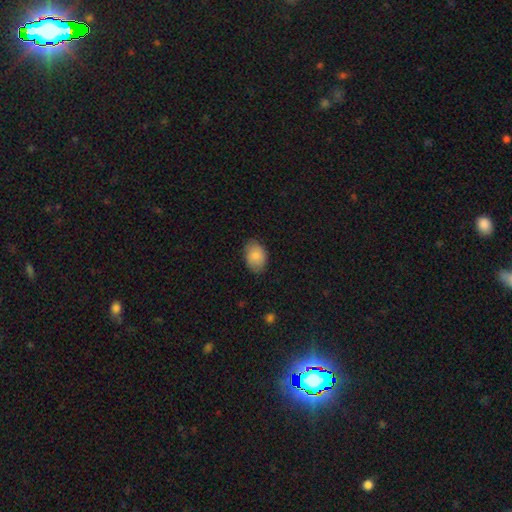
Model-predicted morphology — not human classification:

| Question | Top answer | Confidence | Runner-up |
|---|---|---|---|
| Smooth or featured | smooth | 85% | featured or disk (8%) |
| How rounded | in between | 82% | round (17%) |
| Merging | none | 79% | minor disturbance (17%) |